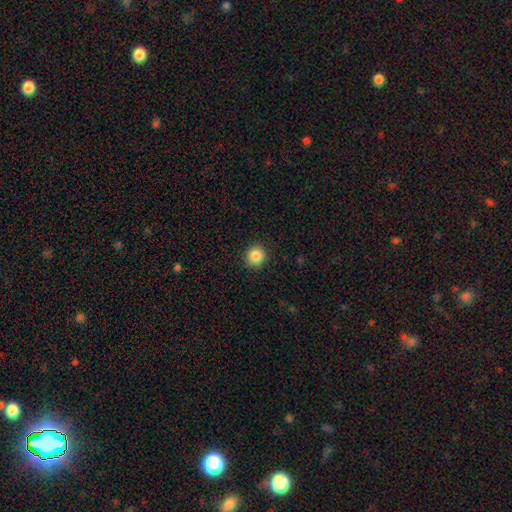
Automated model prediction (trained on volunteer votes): Overall: smooth (86%). How rounded: round (91%). Merging: none (91%).